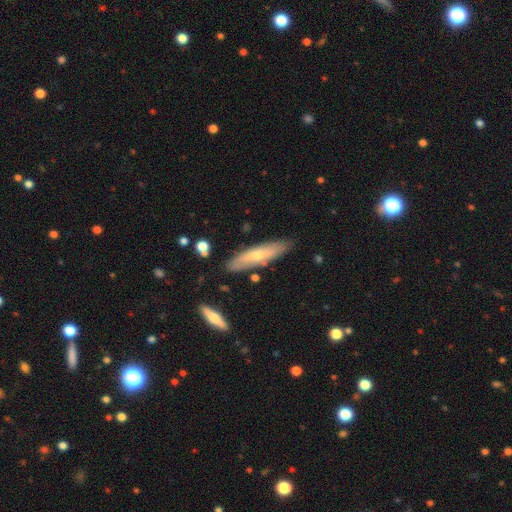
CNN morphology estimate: Overall: smooth (47%; featured or disk 46%). Merging: none (82%).